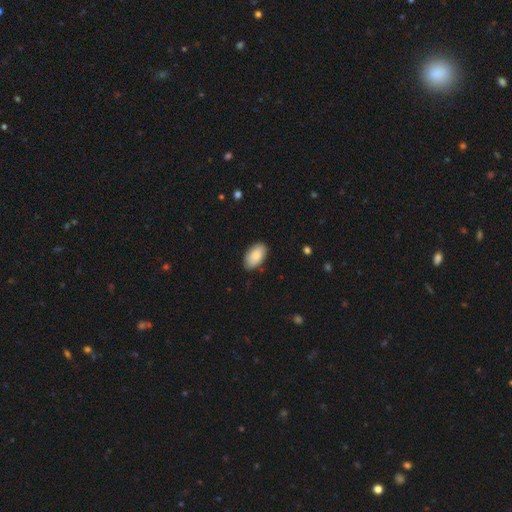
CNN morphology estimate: smooth-or-featured: smooth: 87% | featured or disk: 7% | star or artifact: 6%
  how-rounded: in between: 95% | round: 3% | cigar-shaped: 2%
  merging: none: 84% | minor disturbance: 12% | major disturbance: 2% | merger: 1%